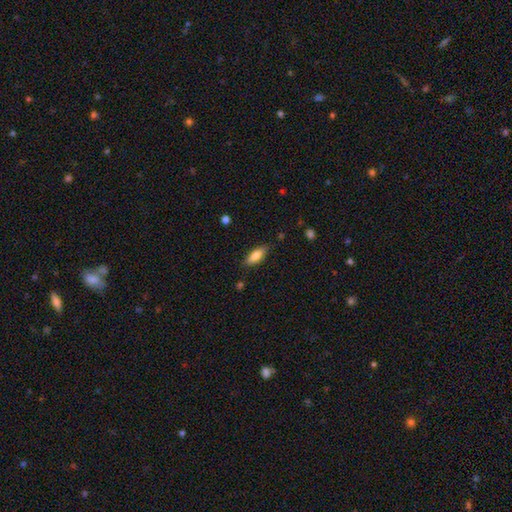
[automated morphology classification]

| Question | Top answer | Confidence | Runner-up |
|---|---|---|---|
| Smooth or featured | smooth | 79% | featured or disk (14%) |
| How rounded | in between | 68% | cigar-shaped (30%) |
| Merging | none | 83% | minor disturbance (13%) |